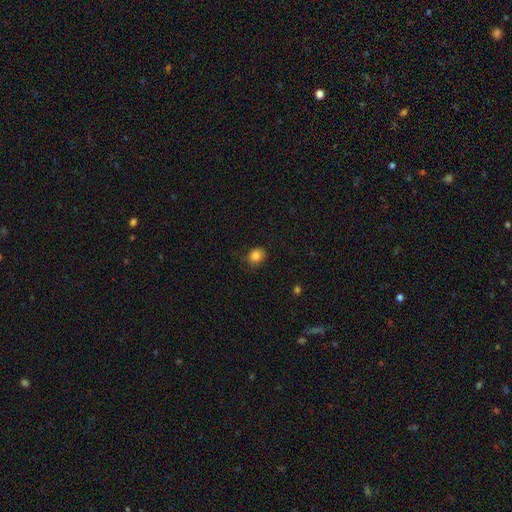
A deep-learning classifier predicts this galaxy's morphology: smooth-or-featured: smooth: 85% | star or artifact: 11% | featured or disk: 4%
  how-rounded: round: 69% | in between: 30% | cigar-shaped: 1%
  merging: none: 83% | minor disturbance: 13% | major disturbance: 3% | merger: 1%